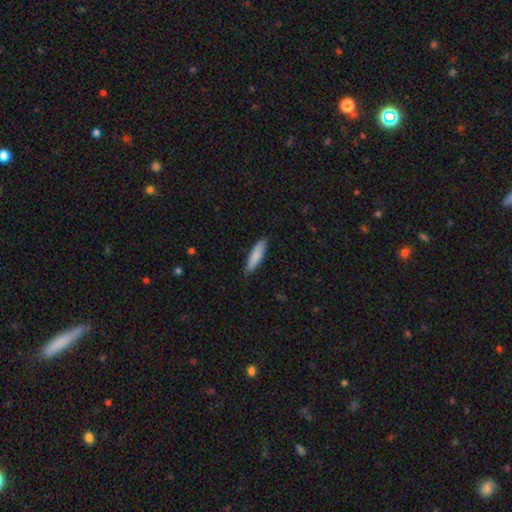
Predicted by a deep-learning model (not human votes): Smooth or featured? smooth (84%)
How rounded? cigar-shaped (76%)
Merging? none (87%)